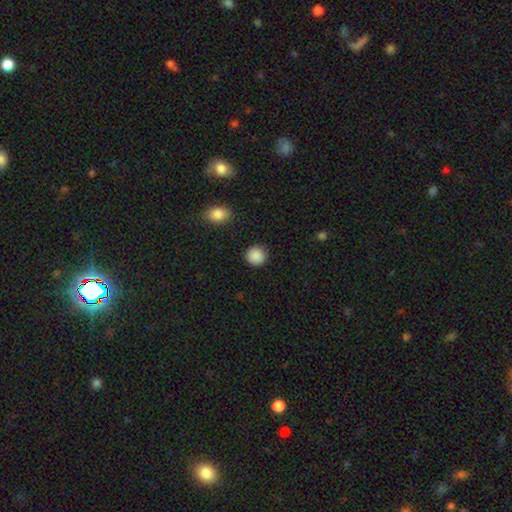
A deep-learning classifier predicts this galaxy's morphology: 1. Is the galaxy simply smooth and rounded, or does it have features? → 89% smooth, 8% star or artifact, 3% featured or disk.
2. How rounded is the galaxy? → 92% round, 7% in between, 1% cigar-shaped.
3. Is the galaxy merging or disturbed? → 90% none, 6% minor disturbance, 2% major disturbance, 1% merger.